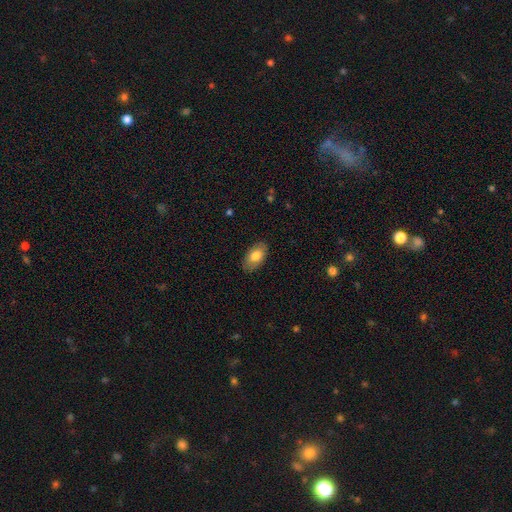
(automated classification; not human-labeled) Smooth or featured: smooth — 79% (featured or disk — 14%)
How rounded: in between — 93% (round — 5%)
Merging: none — 86% (minor disturbance — 11%)